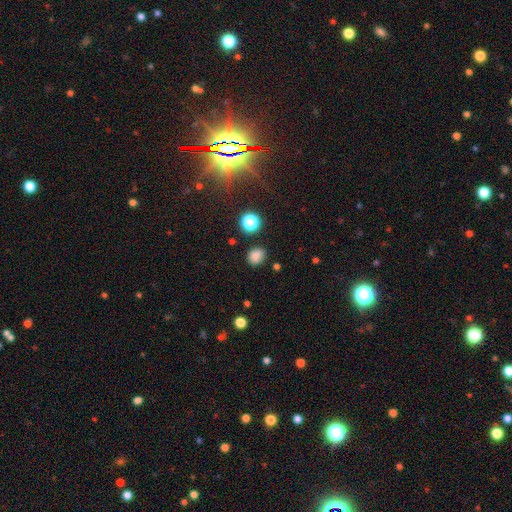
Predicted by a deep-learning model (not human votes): Smooth or featured? Predicted: smooth (p=0.80). How rounded? Predicted: round (p=0.63). Merging? Predicted: none (p=0.80).